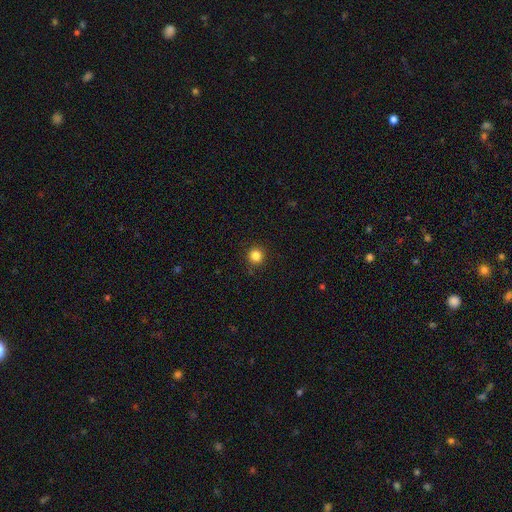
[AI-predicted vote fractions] smooth 84%, star or artifact 12%, featured or disk 4%. Down the decision tree: how rounded — round (95%); merging — none (90%).